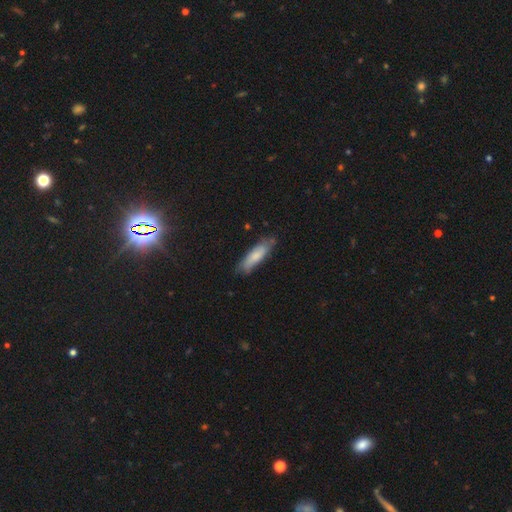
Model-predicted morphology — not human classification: smooth-or-featured: smooth: 72% | featured or disk: 22% | star or artifact: 6%
  how-rounded: cigar-shaped: 63% | in between: 36% | round: 1%
  merging: none: 75% | minor disturbance: 20% | major disturbance: 4% | merger: 2%